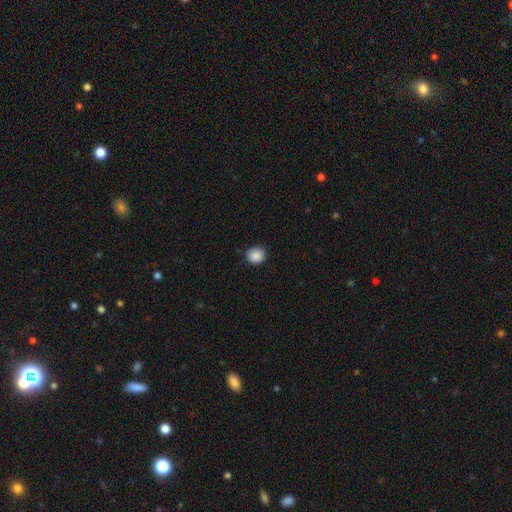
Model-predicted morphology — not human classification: smooth-or-featured: smooth: 89% | star or artifact: 9% | featured or disk: 3%
  how-rounded: round: 87% | in between: 12% | cigar-shaped: 1%
  merging: none: 89% | minor disturbance: 8% | major disturbance: 2% | merger: 1%